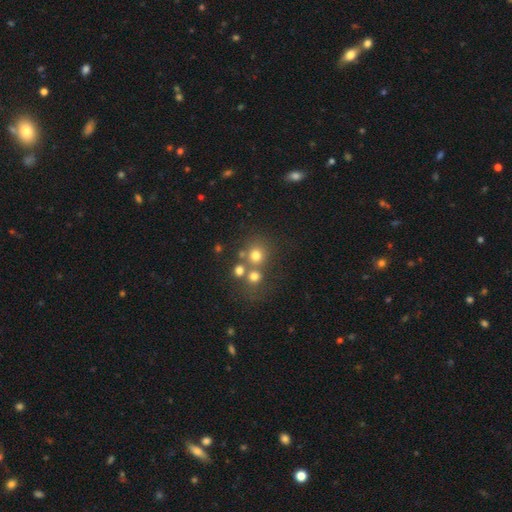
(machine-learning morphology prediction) Smooth or featured? smooth (69%)
How rounded? round (89%)
Merging? none (57%)